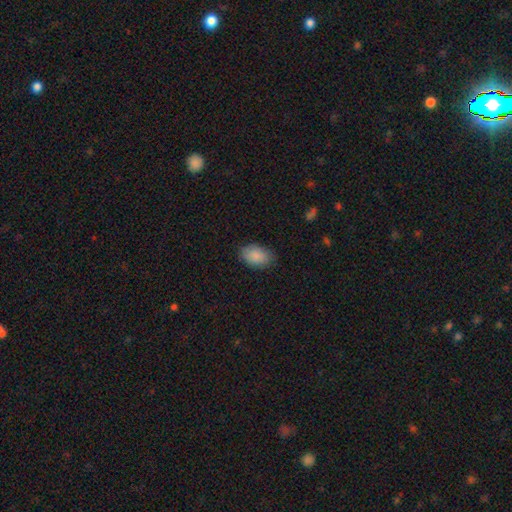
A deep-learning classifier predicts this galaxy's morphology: Overall: smooth (88%). How rounded: in between (90%). Merging: none (82%).